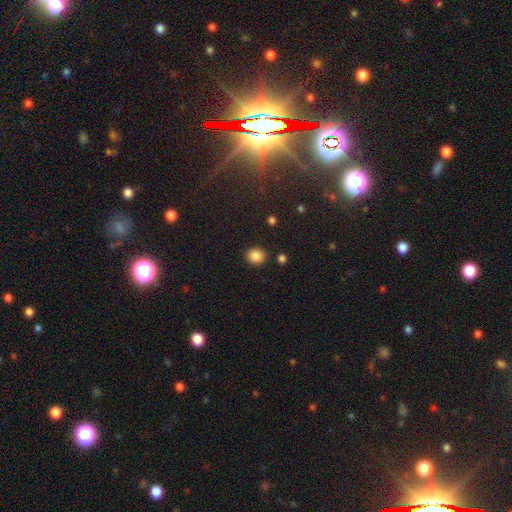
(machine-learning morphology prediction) Smooth or featured? Predicted: smooth (p=0.86). How rounded? Predicted: round (p=0.72). Merging? Predicted: none (p=0.87).